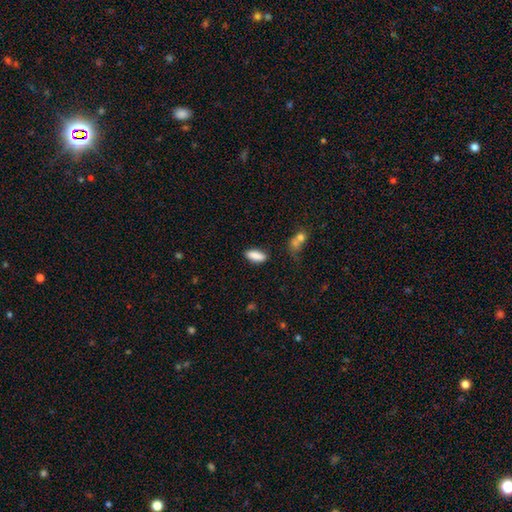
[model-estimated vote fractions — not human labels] A smooth galaxy with no disk features (87%) that is in between round and cigar-shaped (72%).

Vote fractions:
- Smooth or featured? smooth: 87% / star or artifact: 7% / featured or disk: 6%
- How rounded? in between: 72% / cigar-shaped: 25% / round: 2%
- Merging? none: 81% / minor disturbance: 12% / major disturbance: 3% / merger: 3%